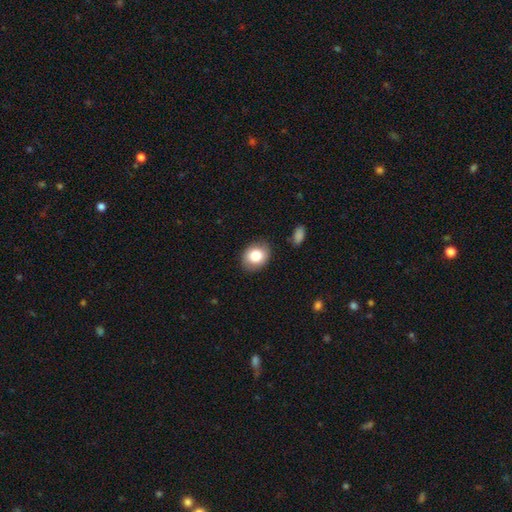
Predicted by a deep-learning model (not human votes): Q: Smooth or featured?
A: smooth (82%); runner-up: featured or disk (10%)
Q: How rounded?
A: round (56%); runner-up: in between (43%)
Q: Merging?
A: none (85%); runner-up: minor disturbance (11%)